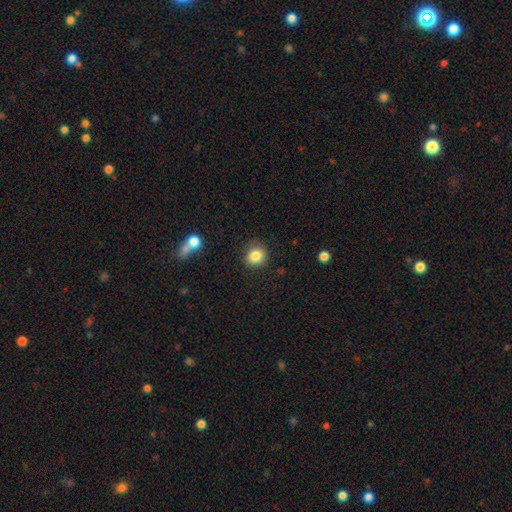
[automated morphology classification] Smooth or featured? Predicted: smooth (p=0.84). How rounded? Predicted: round (p=0.83). Merging? Predicted: none (p=0.84).